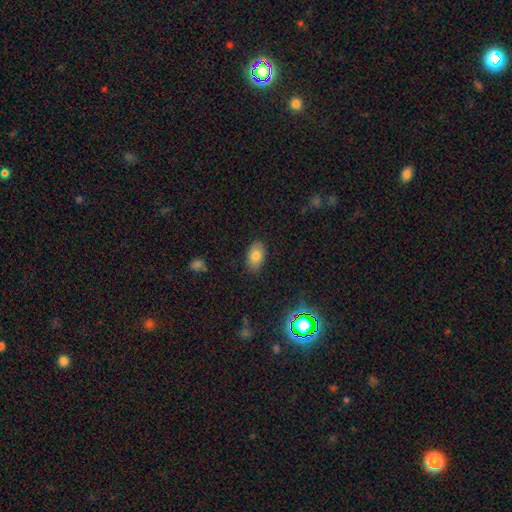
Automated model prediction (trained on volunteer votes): smooth_or_featured: smooth (p=0.80) [alt: featured or disk p=0.11]
how_rounded: in between (p=0.91) [alt: round p=0.08]
merging: none (p=0.85) [alt: minor disturbance p=0.11]